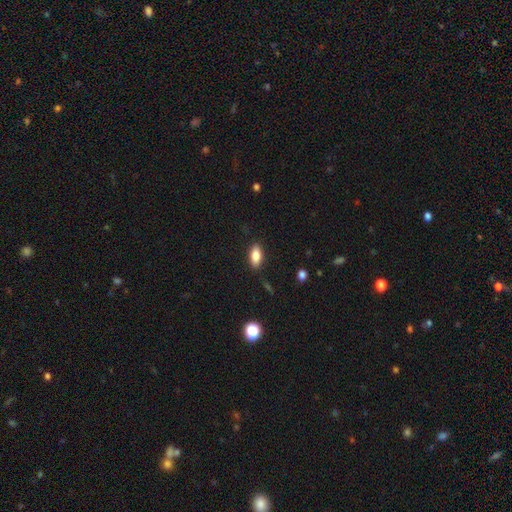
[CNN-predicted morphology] This is clearly a smooth galaxy (83%). How rounded: clearly in between (84%). Merging: clearly none (86%).